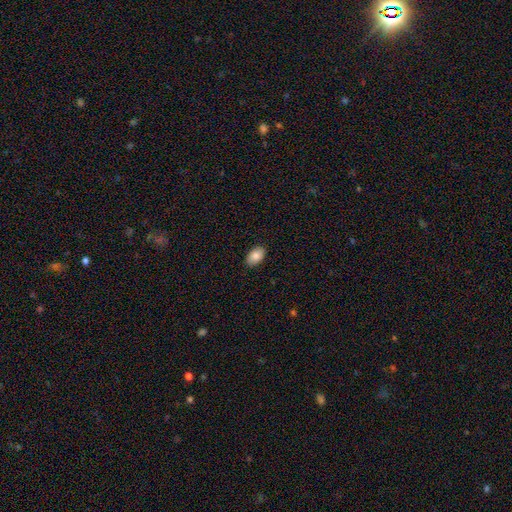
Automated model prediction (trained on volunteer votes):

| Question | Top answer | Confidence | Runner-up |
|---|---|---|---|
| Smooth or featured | smooth | 85% | featured or disk (8%) |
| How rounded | in between | 91% | round (7%) |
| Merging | none | 88% | minor disturbance (9%) |